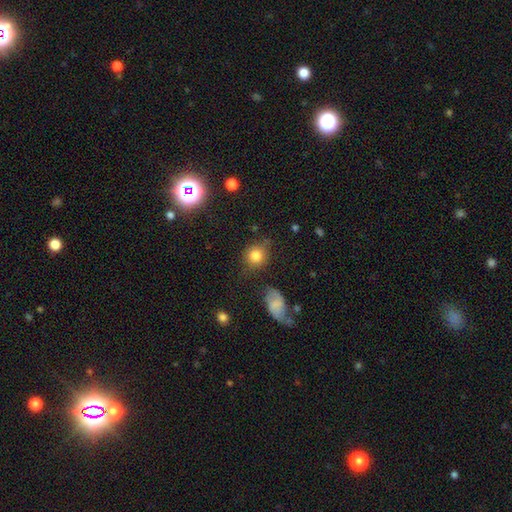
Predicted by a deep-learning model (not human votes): smooth 81%, star or artifact 10%, featured or disk 9%. Down the decision tree: how rounded — round (81%); merging — none (76%).